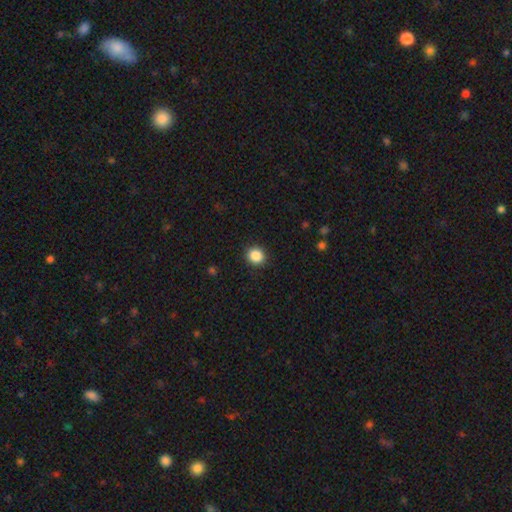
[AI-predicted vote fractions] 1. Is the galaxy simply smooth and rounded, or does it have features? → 87% smooth, 10% star or artifact, 3% featured or disk.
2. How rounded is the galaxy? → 83% round, 16% in between, 1% cigar-shaped.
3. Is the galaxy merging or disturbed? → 91% none, 6% minor disturbance, 2% major disturbance, 1% merger.